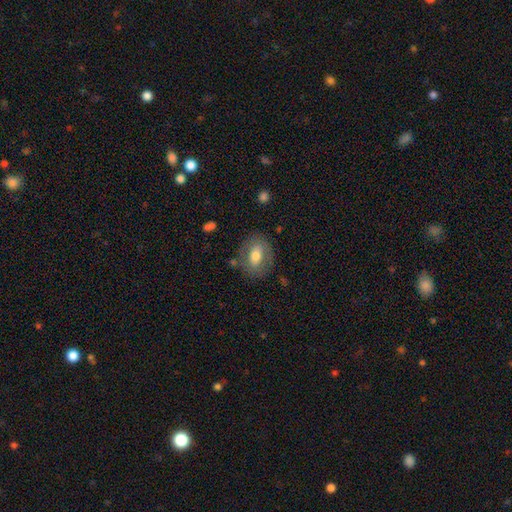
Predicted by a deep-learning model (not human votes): A smooth galaxy with no disk features (58%) that is in between round and cigar-shaped (69%). Merging: none (75%).